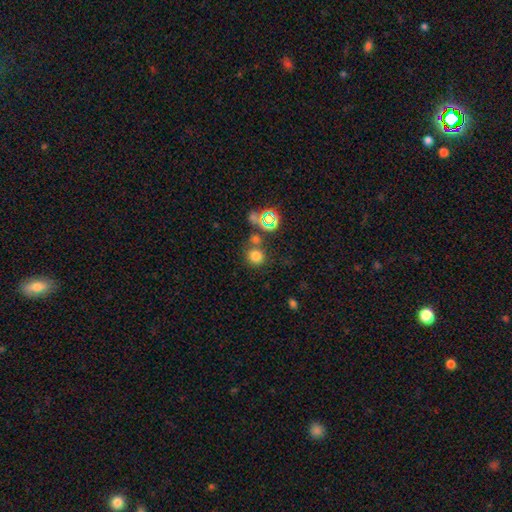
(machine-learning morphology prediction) Smooth or featured?
  - smooth: 74% *
  - star or artifact: 20%
  - featured or disk: 7%
How rounded?
  - round: 87% *
  - in between: 12%
  - cigar-shaped: 1%
Merging?
  - none: 69% *
  - merger: 17%
  - minor disturbance: 9%
  - major disturbance: 4%